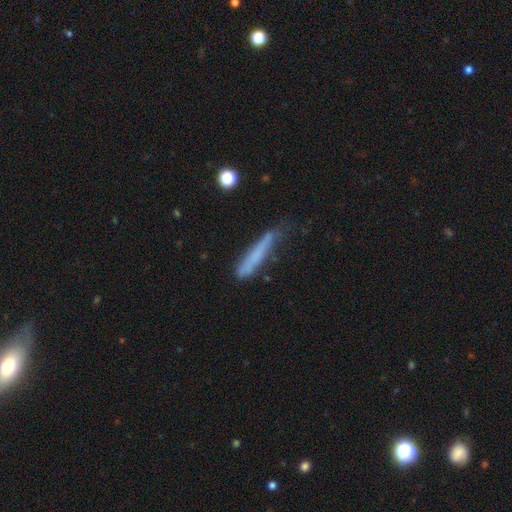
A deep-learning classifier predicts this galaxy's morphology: Smooth or featured? Predicted: smooth (p=0.64). How rounded? Predicted: cigar-shaped (p=0.93). Merging? Predicted: none (p=0.54).